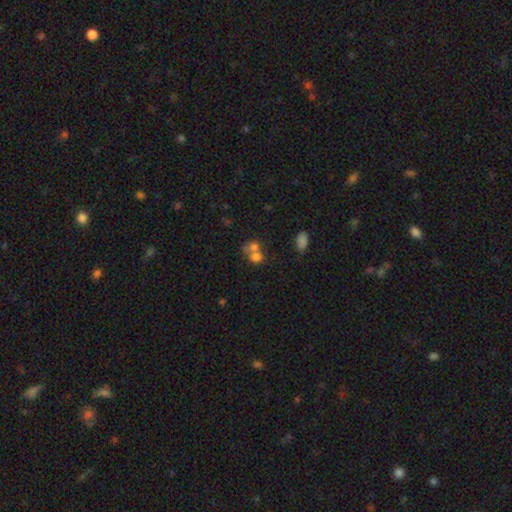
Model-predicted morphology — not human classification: A smooth galaxy with no disk features (70%) that is round (61%). Merging: merger (61%).